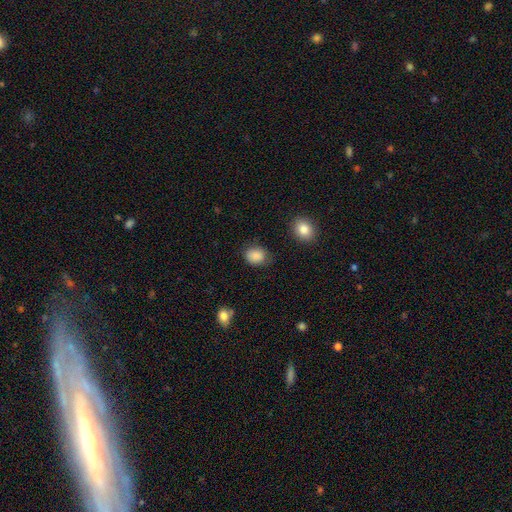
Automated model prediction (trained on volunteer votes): Overall: smooth (86%). How rounded: in between (56%; round 43%). Merging: none (70%).